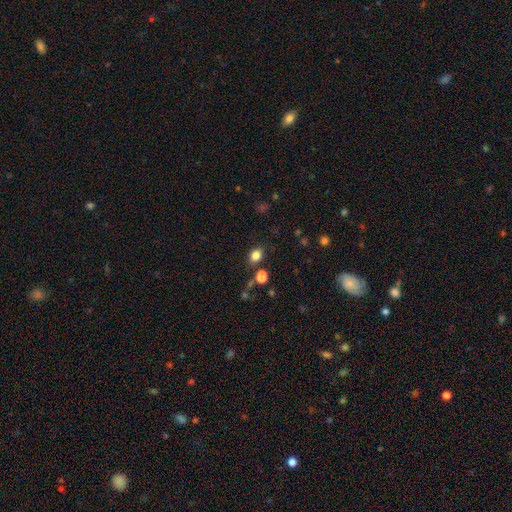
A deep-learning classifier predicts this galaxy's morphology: The model was most divided on "how rounded": in between: 58%, round: 41%, cigar-shaped: 1%. More confident: smooth or featured — smooth (82%); merging — none (77%).